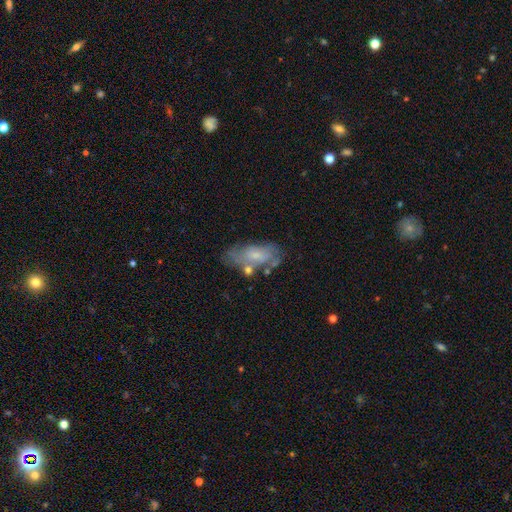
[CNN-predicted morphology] Smooth or featured? featured or disk (48%)
Merging? none (53%)